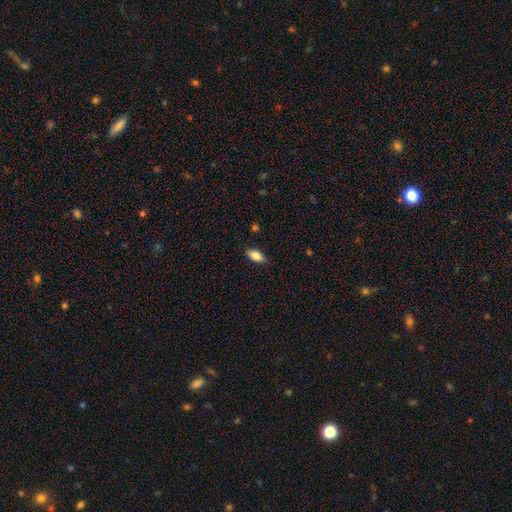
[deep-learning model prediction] Morphology: type=smooth (83%); roundness=in between (89%); merging=none (84%).